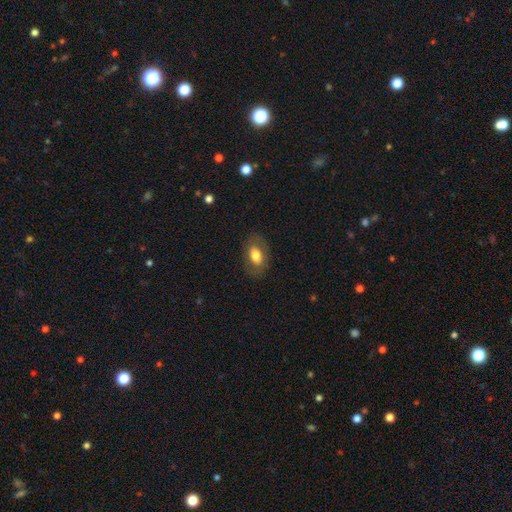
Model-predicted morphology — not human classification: Q: Smooth or featured?
A: smooth (72%); runner-up: featured or disk (20%)
Q: How rounded?
A: in between (88%); runner-up: round (10%)
Q: Merging?
A: none (82%); runner-up: minor disturbance (13%)